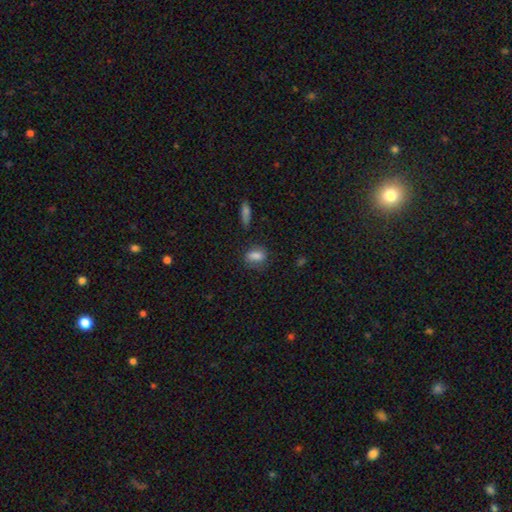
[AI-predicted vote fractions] Morphology: type=smooth (81%); roundness=in between (73%); merging=none (69%).